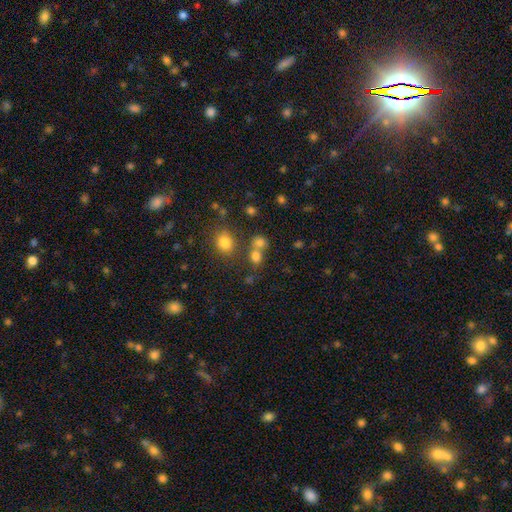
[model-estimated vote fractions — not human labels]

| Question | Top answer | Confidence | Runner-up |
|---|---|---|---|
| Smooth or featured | smooth | 74% | star or artifact (17%) |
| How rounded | round | 68% | in between (30%) |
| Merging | none | 53% | merger (35%) |